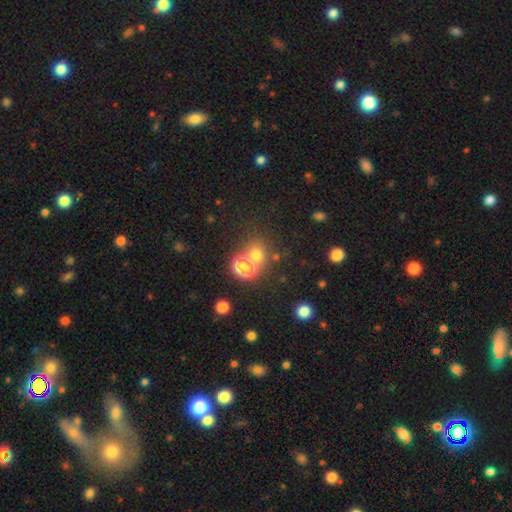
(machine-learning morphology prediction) A smooth galaxy with no disk features (65%) that is round (71%).

Vote fractions:
- Smooth or featured? smooth: 65% / star or artifact: 25% / featured or disk: 10%
- How rounded? round: 71% / in between: 28% / cigar-shaped: 1%
- Merging? none: 54% / merger: 31% / minor disturbance: 9% / major disturbance: 5%